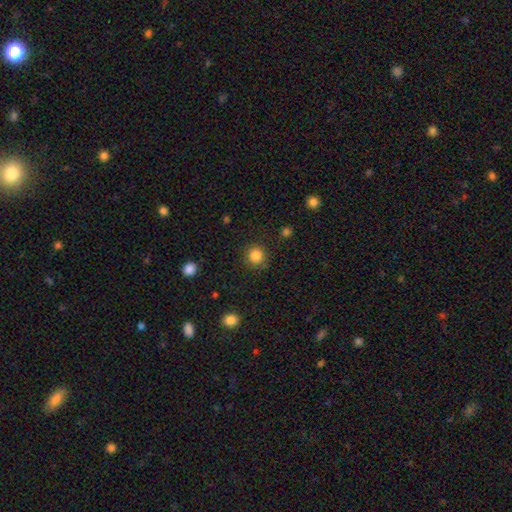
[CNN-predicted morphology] type=smooth (85%); roundness=round (93%); merging=none (88%).